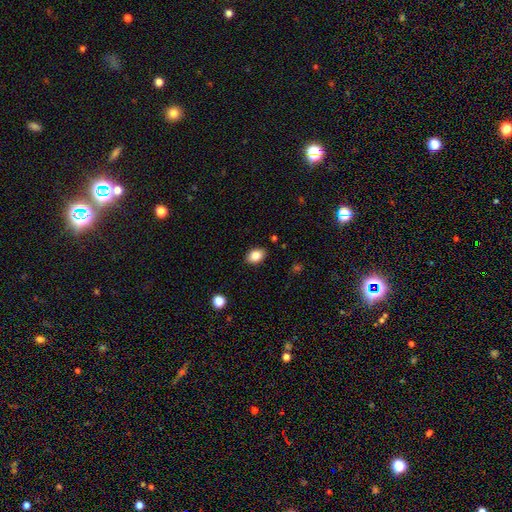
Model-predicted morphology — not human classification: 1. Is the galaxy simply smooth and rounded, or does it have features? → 85% smooth, 9% star or artifact, 7% featured or disk.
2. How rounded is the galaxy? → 81% in between, 18% round, 1% cigar-shaped.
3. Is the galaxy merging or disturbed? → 87% none, 10% minor disturbance, 2% major disturbance, 1% merger.